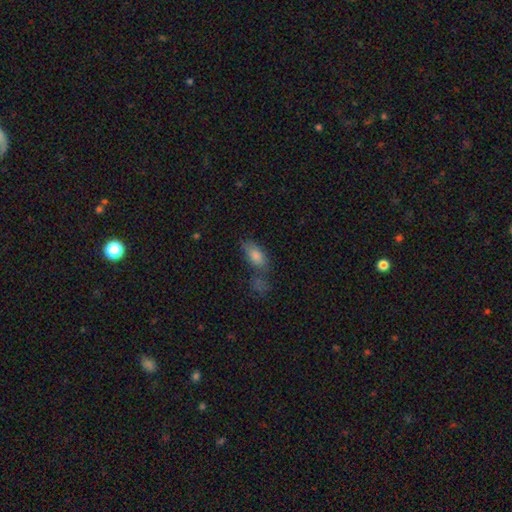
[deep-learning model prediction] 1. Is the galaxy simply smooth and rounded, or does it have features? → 77% smooth, 12% featured or disk, 11% star or artifact.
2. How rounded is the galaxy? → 83% in between, 11% cigar-shaped, 6% round.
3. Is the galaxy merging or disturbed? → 49% none, 22% merger, 19% minor disturbance, 9% major disturbance.